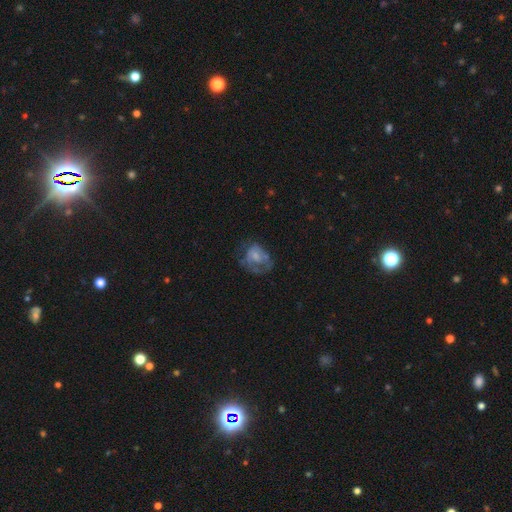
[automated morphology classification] smooth-or-featured: smooth: 46% | featured or disk: 43% | star or artifact: 11%
  merging: major disturbance: 37% | none: 35% | minor disturbance: 25% | merger: 3%